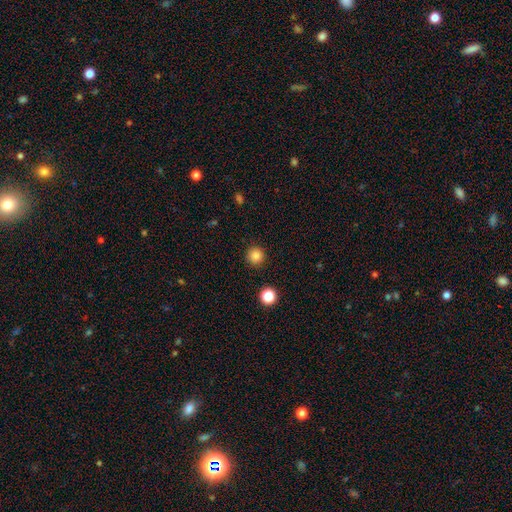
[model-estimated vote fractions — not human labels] Smooth or featured? Predicted: smooth (p=0.85). How rounded? Predicted: round (p=0.95). Merging? Predicted: none (p=0.92).